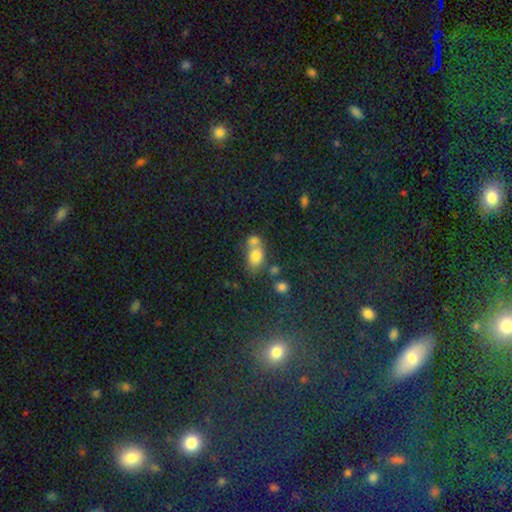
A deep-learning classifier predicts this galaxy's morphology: smooth-or-featured: smooth: 74% | featured or disk: 14% | star or artifact: 12%
  how-rounded: in between: 65% | round: 34% | cigar-shaped: 2%
  merging: merger: 54% | none: 31% | minor disturbance: 10% | major disturbance: 5%